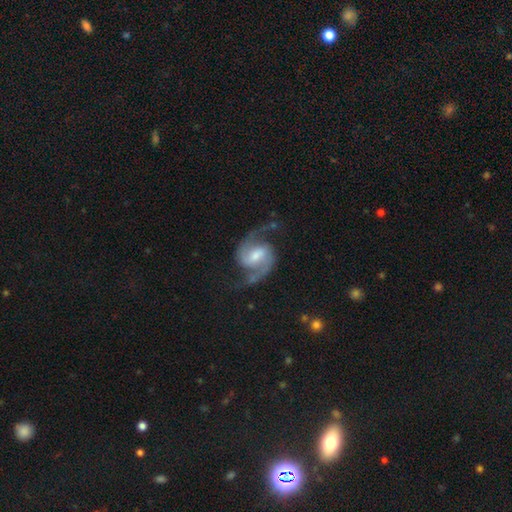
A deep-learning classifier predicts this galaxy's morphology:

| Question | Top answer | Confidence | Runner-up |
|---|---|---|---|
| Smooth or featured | featured or disk | 92% | smooth (4%) |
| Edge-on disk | no | 98% | yes (2%) |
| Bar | weak | 55% | strong (25%) |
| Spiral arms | yes | 98% | no (2%) |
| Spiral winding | medium | 55% | loose (32%) |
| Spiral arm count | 2 | 94% | can't tell (1%) |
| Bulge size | moderate | 49% | small (29%) |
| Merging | none | 77% | minor disturbance (14%) |